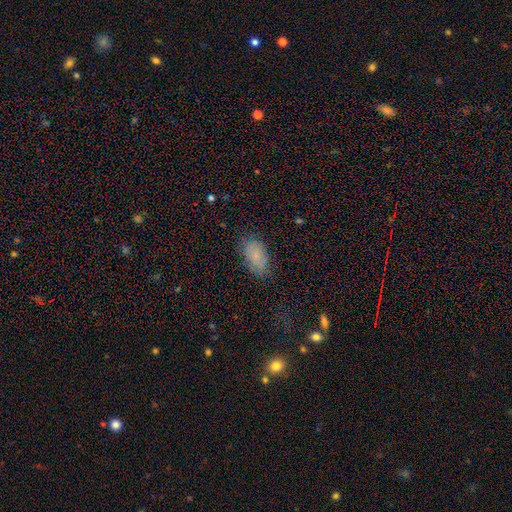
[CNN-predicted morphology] smooth 76%, featured or disk 13%, star or artifact 11%. Down the decision tree: how rounded — in between (93%); merging — none (78%).